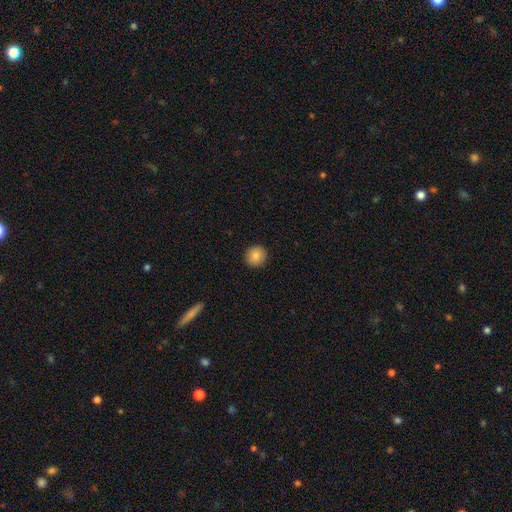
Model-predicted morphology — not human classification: Q: Smooth or featured?
A: smooth (84%); runner-up: star or artifact (9%)
Q: How rounded?
A: round (92%); runner-up: in between (7%)
Q: Merging?
A: none (92%); runner-up: minor disturbance (6%)